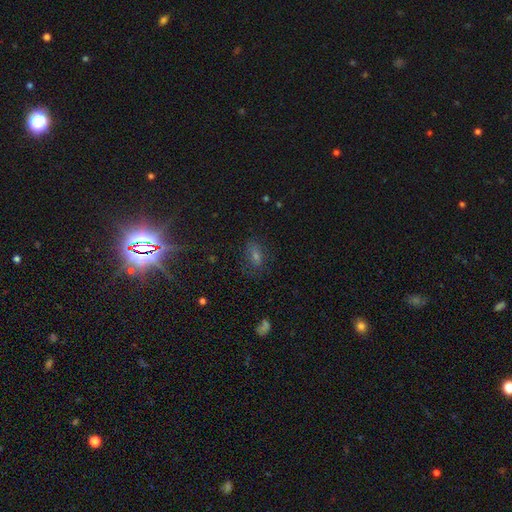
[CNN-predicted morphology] Smooth or featured?
  - star or artifact: 47% *
  - smooth: 34%
  - featured or disk: 20%